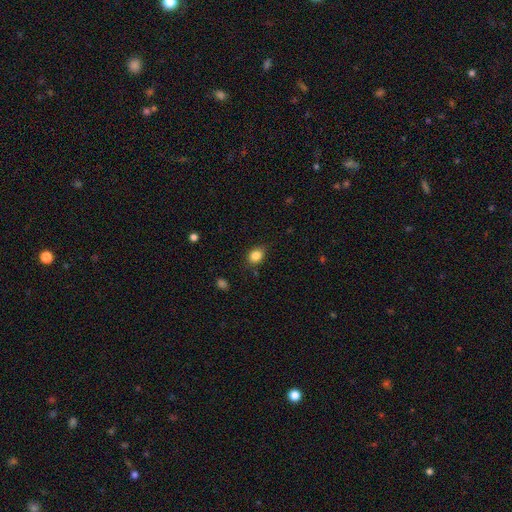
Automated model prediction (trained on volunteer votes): Morphology: type=smooth (84%); roundness=in between (52%); merging=none (81%).